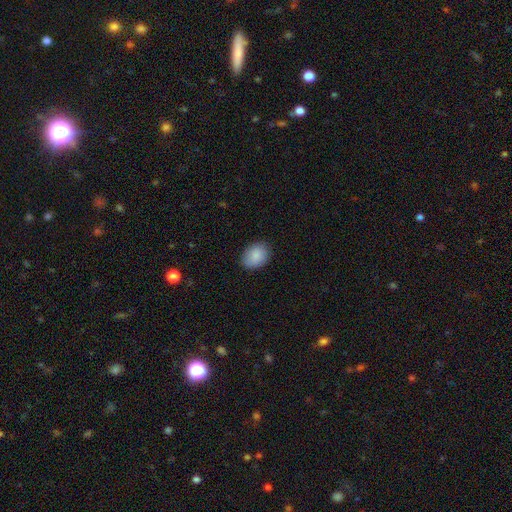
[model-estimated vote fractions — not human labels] A smooth galaxy with no disk features (88%) that is in between round and cigar-shaped (75%). Merging: none (85%).